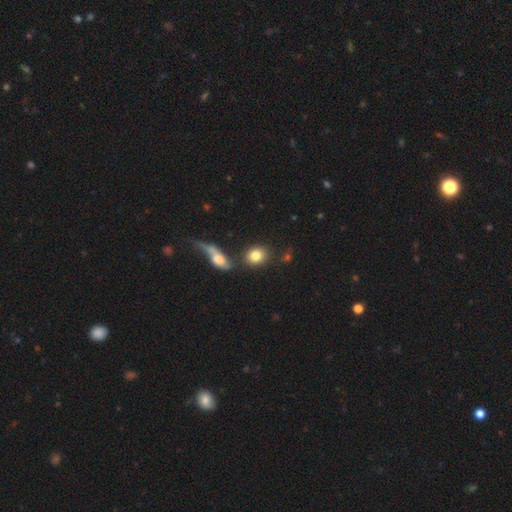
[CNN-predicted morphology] smooth_or_featured: smooth (p=0.82) [alt: featured or disk p=0.10]
how_rounded: round (p=0.59) [alt: in between p=0.38]
merging: none (p=0.61) [alt: merger p=0.22]